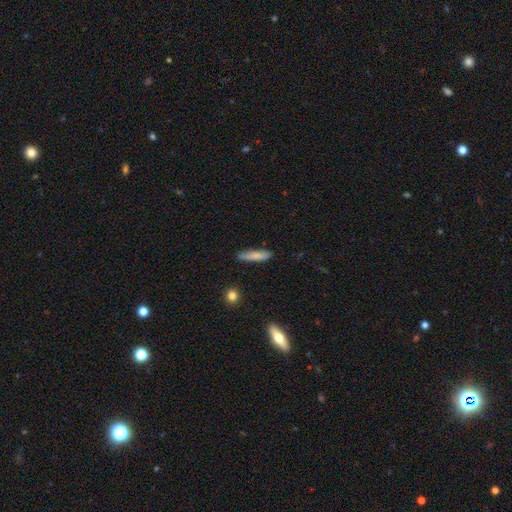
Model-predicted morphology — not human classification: type=smooth (80%); roundness=cigar-shaped (78%); merging=none (85%).